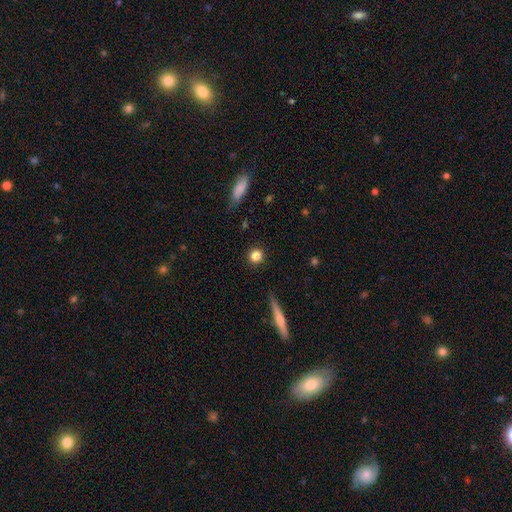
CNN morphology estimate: A smooth galaxy with no disk features (85%) that is round (91%).

Vote fractions:
- Smooth or featured? smooth: 85% / star or artifact: 9% / featured or disk: 5%
- How rounded? round: 91% / in between: 7% / cigar-shaped: 2%
- Merging? none: 90% / minor disturbance: 6% / major disturbance: 2% / merger: 2%